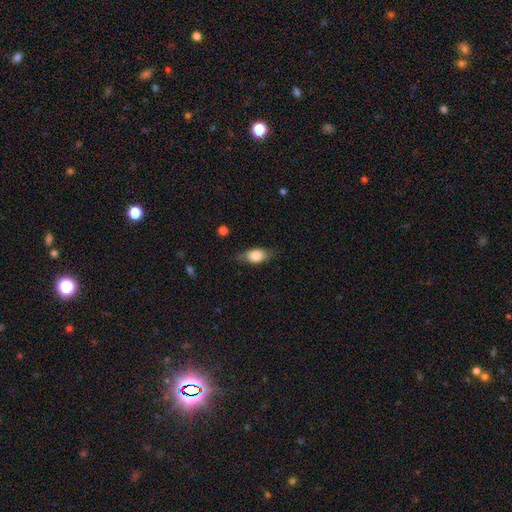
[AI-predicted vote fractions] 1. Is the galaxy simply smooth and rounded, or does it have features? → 74% smooth, 19% featured or disk, 7% star or artifact.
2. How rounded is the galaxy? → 79% in between, 15% round, 6% cigar-shaped.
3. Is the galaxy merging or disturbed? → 70% none, 22% minor disturbance, 7% major disturbance, 1% merger.